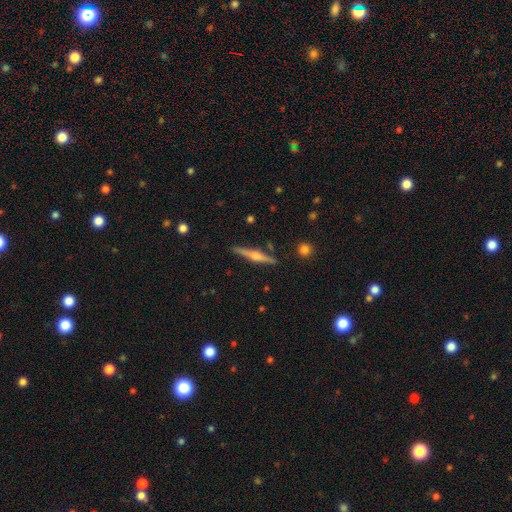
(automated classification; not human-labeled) Smooth or featured: featured or disk — 75% (smooth — 19%)
Edge-on disk: yes — 98% (no — 2%)
Edge-on bulge: rounded — 92% (boxy — 5%)
Merging: none — 89% (minor disturbance — 7%)